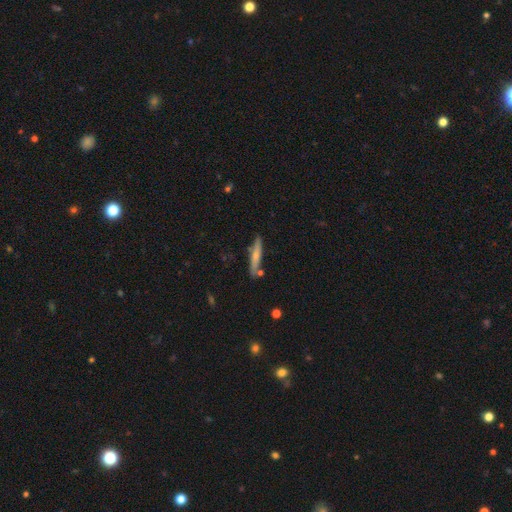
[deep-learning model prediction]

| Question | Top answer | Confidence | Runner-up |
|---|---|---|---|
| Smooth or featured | smooth | 58% | featured or disk (36%) |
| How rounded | cigar-shaped | 90% | in between (9%) |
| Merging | none | 79% | minor disturbance (13%) |